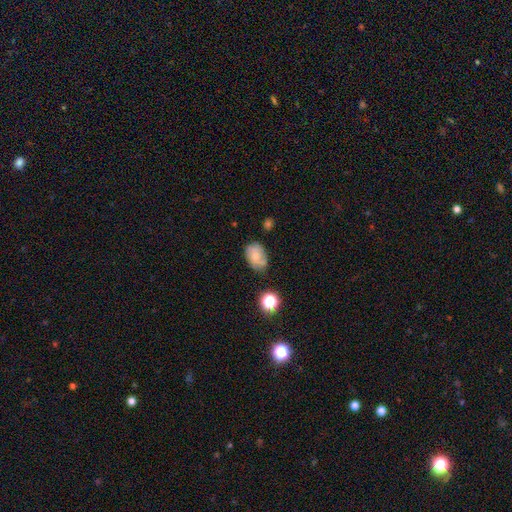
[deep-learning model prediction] The model was most divided on "smooth or featured": smooth: 63%, featured or disk: 26%, star or artifact: 11%. More confident: how rounded — in between (79%); merging — none (64%).